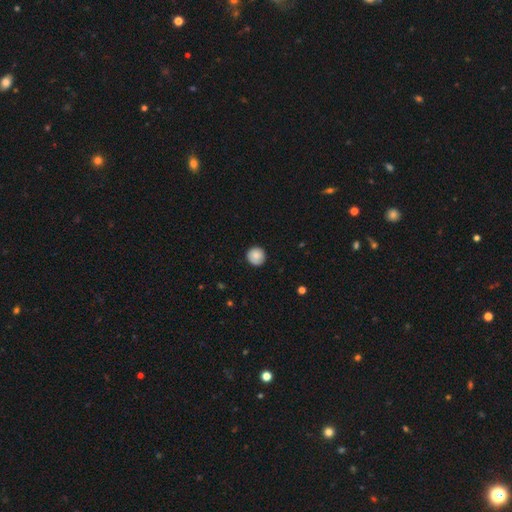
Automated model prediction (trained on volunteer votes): Smooth or featured? Predicted: smooth (p=0.84). How rounded? Predicted: round (p=0.95). Merging? Predicted: none (p=0.88).